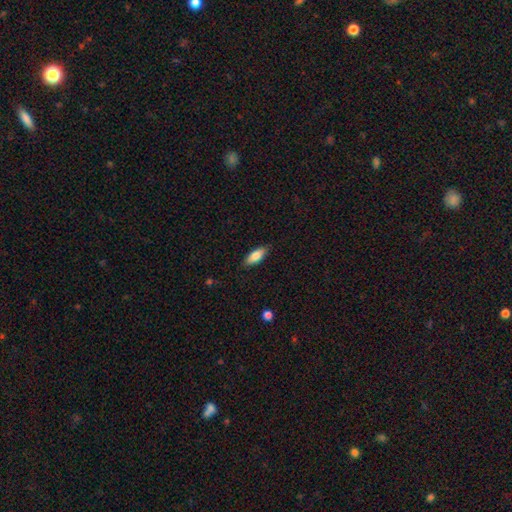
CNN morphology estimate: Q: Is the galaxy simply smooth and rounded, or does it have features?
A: smooth — 82%.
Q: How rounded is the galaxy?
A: in between — 73%.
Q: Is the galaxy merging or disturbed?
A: none — 85%.